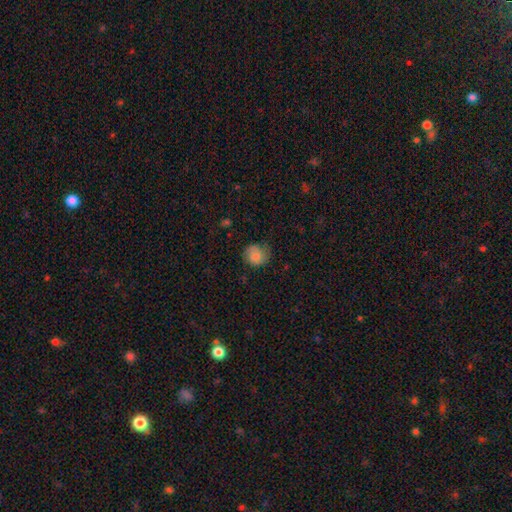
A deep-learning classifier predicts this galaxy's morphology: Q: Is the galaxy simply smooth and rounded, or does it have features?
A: smooth — 74%.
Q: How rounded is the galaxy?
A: round — 81%.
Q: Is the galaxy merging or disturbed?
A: none — 62%.